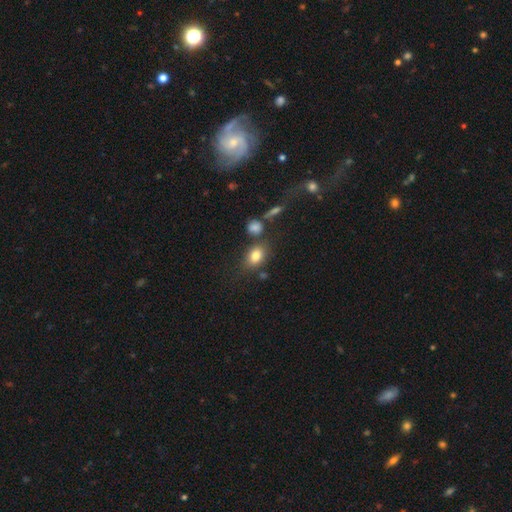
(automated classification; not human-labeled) smooth-or-featured: smooth: 80% | star or artifact: 10% | featured or disk: 10%
  how-rounded: in between: 71% | round: 26% | cigar-shaped: 2%
  merging: none: 67% | minor disturbance: 14% | merger: 13% | major disturbance: 6%